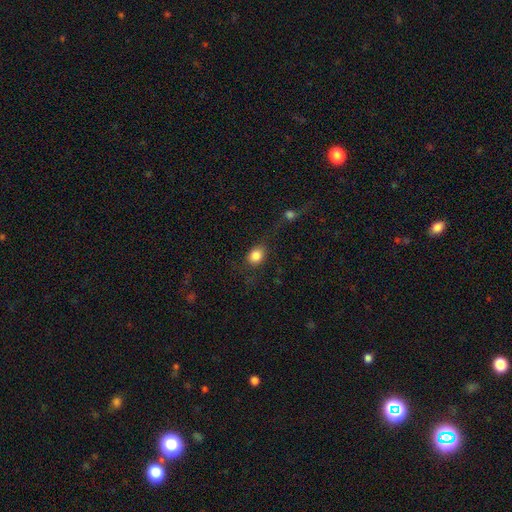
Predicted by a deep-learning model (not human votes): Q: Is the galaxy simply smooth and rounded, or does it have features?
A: smooth — 82%.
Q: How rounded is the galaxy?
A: round — 53%.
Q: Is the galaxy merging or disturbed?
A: none — 60%.